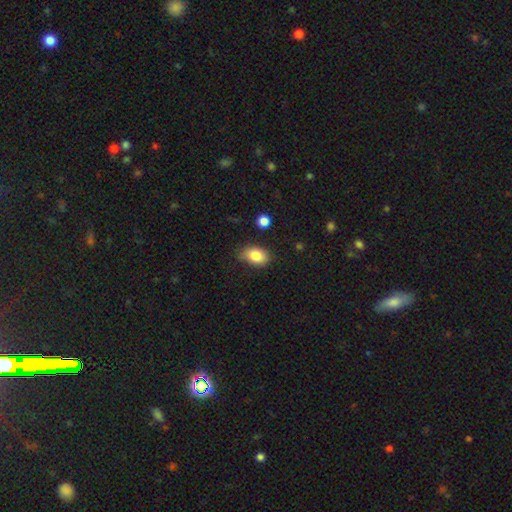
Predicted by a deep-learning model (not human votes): smooth_or_featured: smooth (p=0.83) [alt: star or artifact p=0.08]
how_rounded: in between (p=0.86) [alt: round p=0.12]
merging: none (p=0.70) [alt: minor disturbance p=0.24]